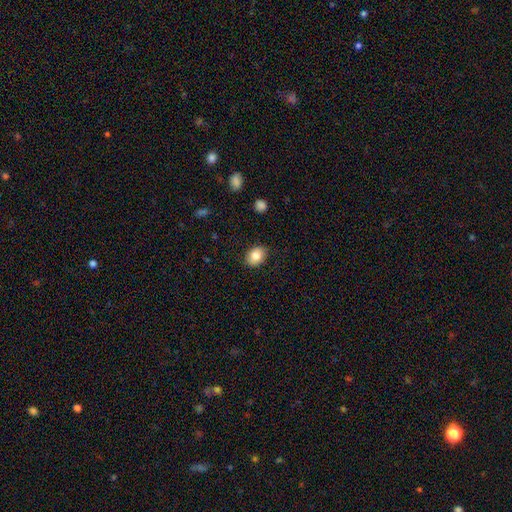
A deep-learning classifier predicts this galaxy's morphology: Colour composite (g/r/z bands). It shows a smooth galaxy with no disk features (84%) that is in between round and cigar-shaped (69%). Merging: none (87%).